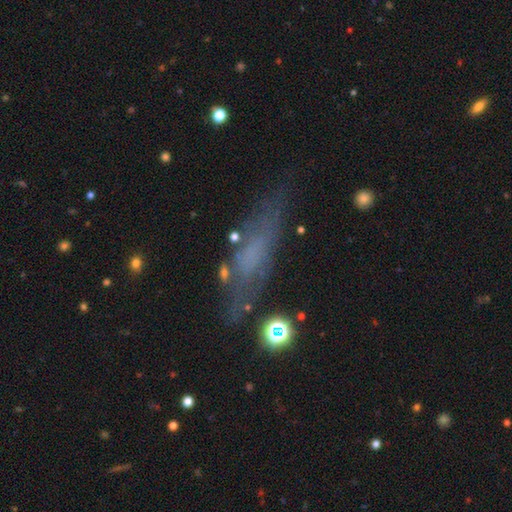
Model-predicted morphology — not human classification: Smooth or featured?
  - smooth: 44% *
  - featured or disk: 40%
  - star or artifact: 16%
Merging?
  - none: 66% *
  - minor disturbance: 20%
  - major disturbance: 10%
  - merger: 4%